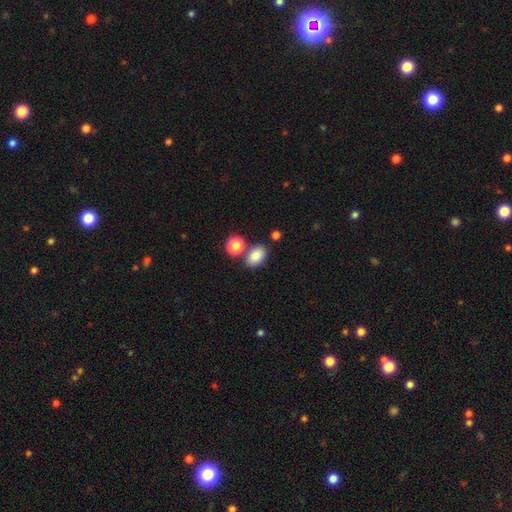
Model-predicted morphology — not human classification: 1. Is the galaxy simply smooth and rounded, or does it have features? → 84% smooth, 10% star or artifact, 6% featured or disk.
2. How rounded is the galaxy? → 81% in between, 18% round, 1% cigar-shaped.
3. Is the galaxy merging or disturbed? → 71% none, 14% merger, 12% minor disturbance, 3% major disturbance.